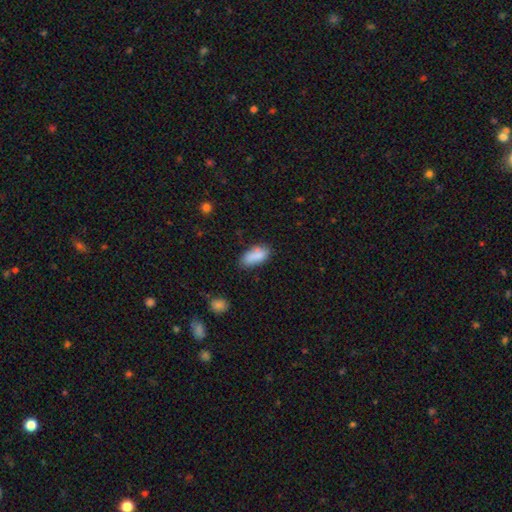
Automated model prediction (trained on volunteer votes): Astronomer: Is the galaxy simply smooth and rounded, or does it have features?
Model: smooth — 85%.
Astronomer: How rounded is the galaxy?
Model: in between — 87%.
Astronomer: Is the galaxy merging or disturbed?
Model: none — 71%.